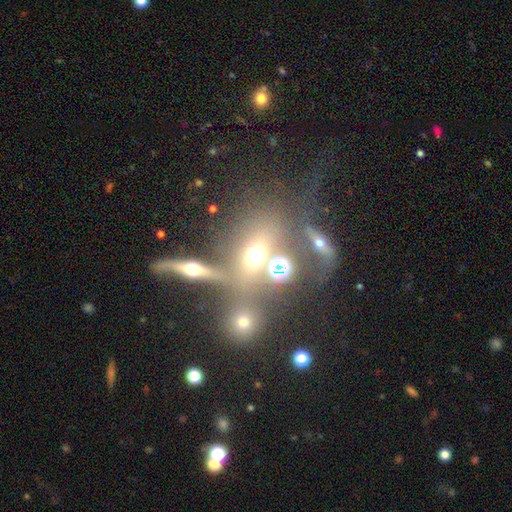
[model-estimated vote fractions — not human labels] Overall: featured or disk (40%; smooth 39%). Merging: none (37%; merger 36%).